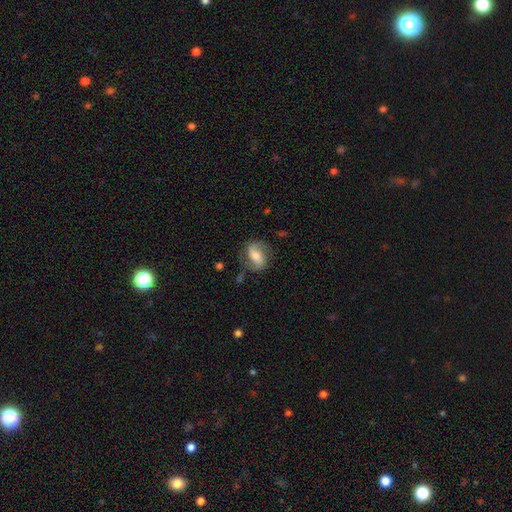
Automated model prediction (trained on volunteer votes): Overall: featured or disk (62%; smooth 31%). Edge-on disk: no (96%). Bar: weak (39%; strong 32%). Spiral arms: yes (89%). Spiral arm count: 2 (87%). Spiral winding: loose (44%; medium 40%). Bulge size: moderate (54%; small 25%). Merging: none (71%).